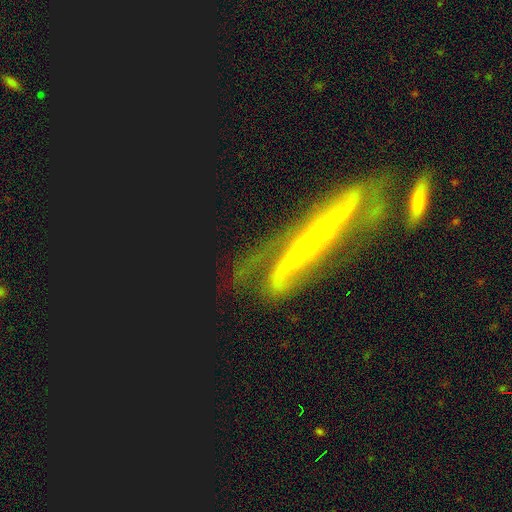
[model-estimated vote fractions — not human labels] Smooth or featured? Predicted: featured or disk (p=0.72). Edge-on disk? Predicted: no (p=0.59). Merging? Predicted: none (p=0.51).